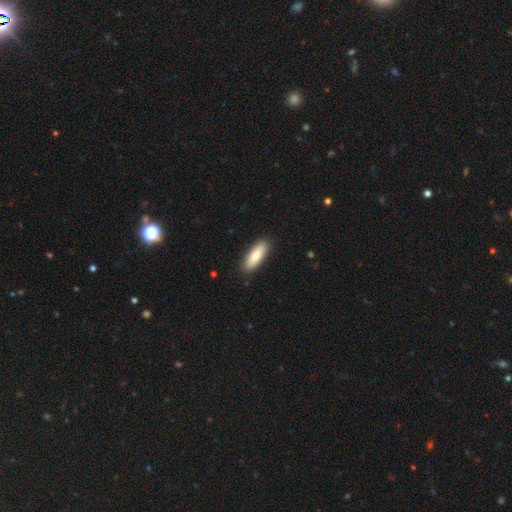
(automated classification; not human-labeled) The model was most divided on "how rounded": in between: 63%, cigar-shaped: 35%, round: 2%. More confident: merging — none (89%); smooth or featured — smooth (82%).